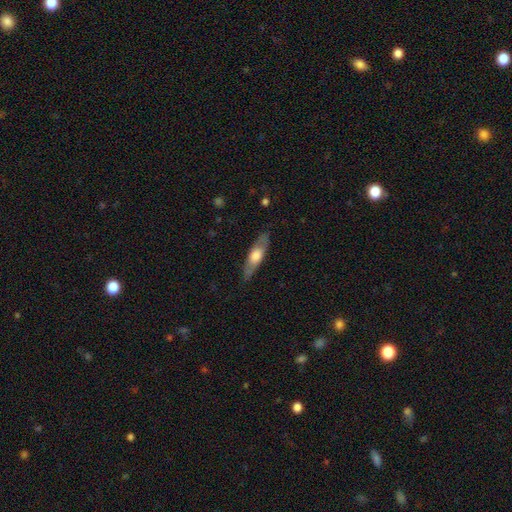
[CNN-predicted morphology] smooth 49%, featured or disk 46%, star or artifact 5%. Down the decision tree: merging — none (82%).